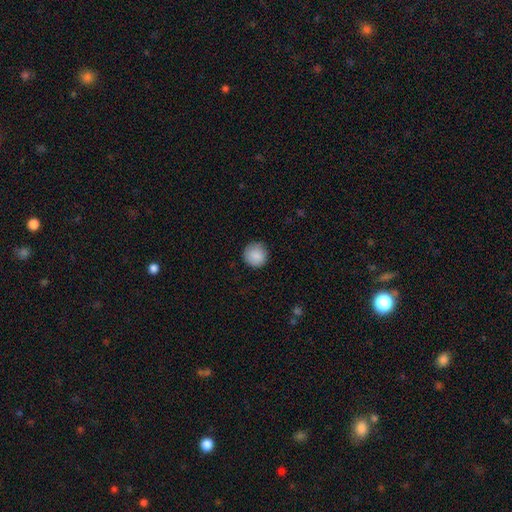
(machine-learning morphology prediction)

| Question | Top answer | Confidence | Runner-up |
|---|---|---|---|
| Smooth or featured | smooth | 89% | star or artifact (8%) |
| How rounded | round | 95% | in between (4%) |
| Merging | none | 88% | minor disturbance (9%) |